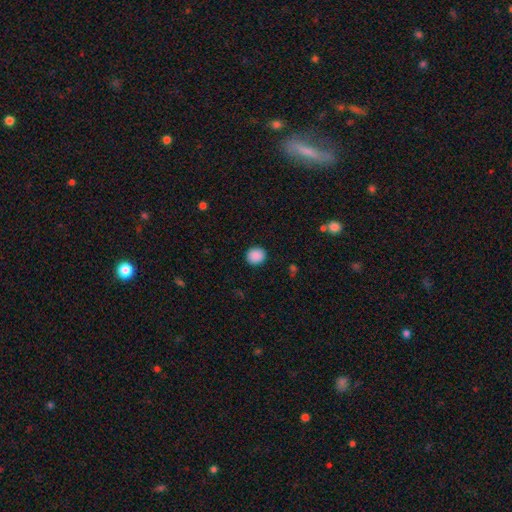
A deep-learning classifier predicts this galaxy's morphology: Smooth or featured? smooth (89%)
How rounded? round (79%)
Merging? none (91%)